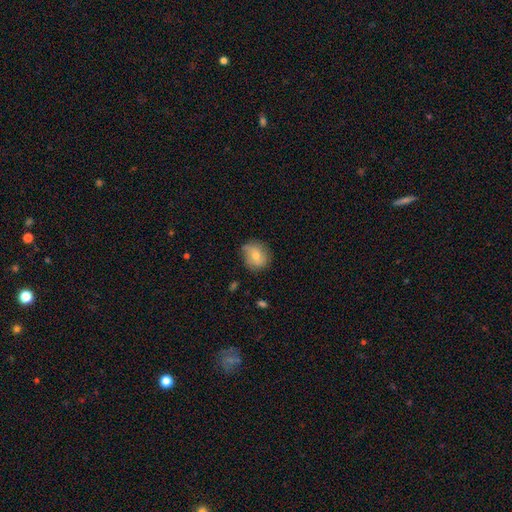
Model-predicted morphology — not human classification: smooth-or-featured: smooth: 68% | featured or disk: 23% | star or artifact: 8%
  how-rounded: round: 75% | in between: 23% | cigar-shaped: 1%
  merging: none: 68% | minor disturbance: 24% | major disturbance: 6% | merger: 2%